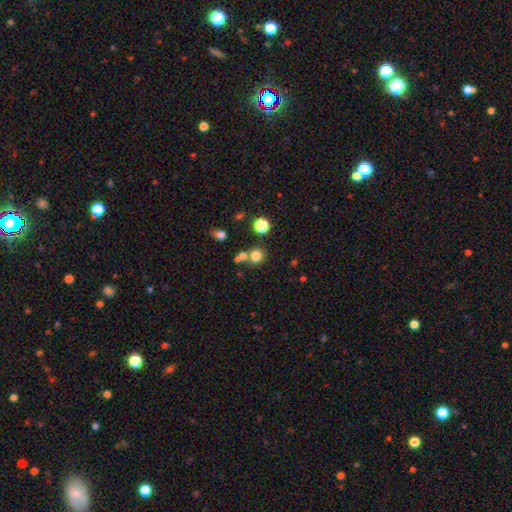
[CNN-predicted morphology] smooth-or-featured: smooth: 77% | star or artifact: 16% | featured or disk: 7%
  how-rounded: round: 84% | in between: 15% | cigar-shaped: 1%
  merging: none: 68% | merger: 20% | minor disturbance: 9% | major disturbance: 4%